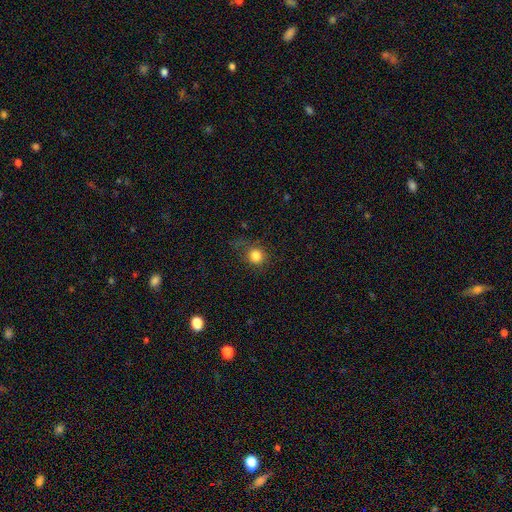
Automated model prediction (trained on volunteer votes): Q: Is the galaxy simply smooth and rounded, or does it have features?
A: smooth — 82%.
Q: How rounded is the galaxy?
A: round — 86%.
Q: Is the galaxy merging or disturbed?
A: none — 68%.